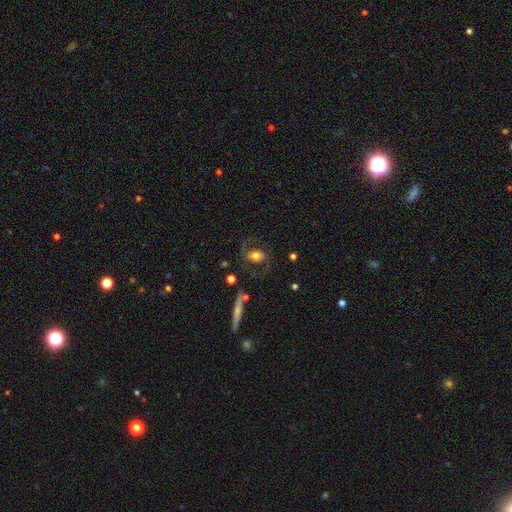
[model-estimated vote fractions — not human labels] Q: Smooth or featured?
A: featured or disk (58%); runner-up: smooth (34%)
Q: Edge-on disk?
A: no (92%); runner-up: yes (8%)
Q: Bar?
A: no (52%); runner-up: weak (30%)
Q: Spiral arms?
A: yes (74%); runner-up: no (26%)
Q: Bulge size?
A: moderate (54%); runner-up: large (28%)
Q: Merging?
A: none (67%); runner-up: major disturbance (16%)